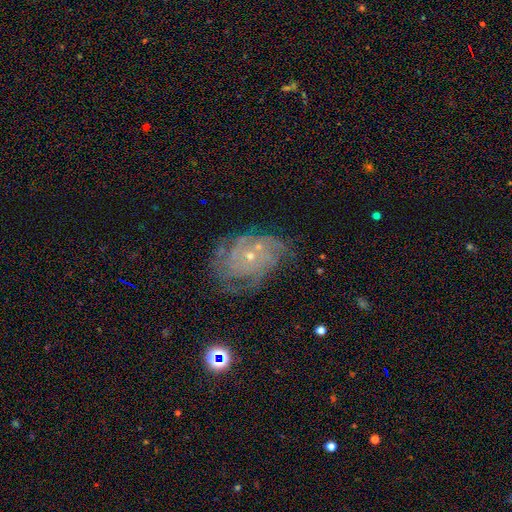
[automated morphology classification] The model was most divided on "spiral arm count": can't tell: 31%, 4: 19%, 3: 18%, 2: 12%, more than 4: 11%, 1: 9%. More confident: edge-on disk — no (96%); spiral arms — yes (95%); bulge size — small (78%); bar — no (75%); merging — none (74%); smooth or featured — featured or disk (71%); spiral winding — tight (69%).